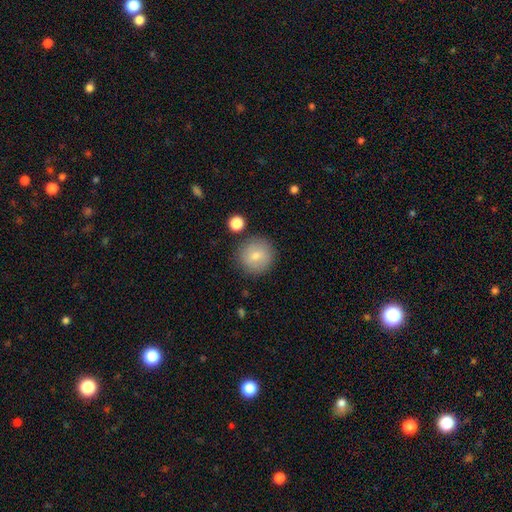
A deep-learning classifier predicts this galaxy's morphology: smooth_or_featured: smooth (p=0.75) [alt: featured or disk p=0.16]
how_rounded: round (p=0.94) [alt: in between p=0.05]
merging: none (p=0.85) [alt: minor disturbance p=0.09]